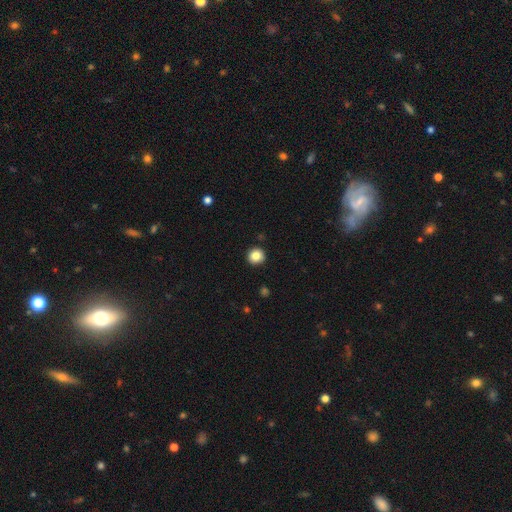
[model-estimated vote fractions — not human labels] Overall: smooth (85%). How rounded: round (92%). Merging: none (92%).